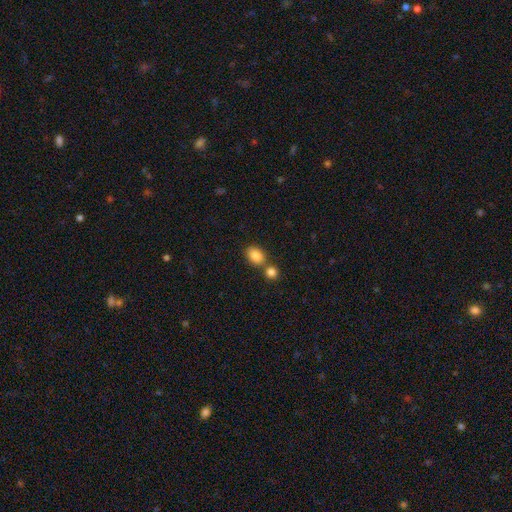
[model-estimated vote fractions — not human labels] smooth 85%, star or artifact 9%, featured or disk 6%. Down the decision tree: how rounded — in between (66%); merging — none (59%).